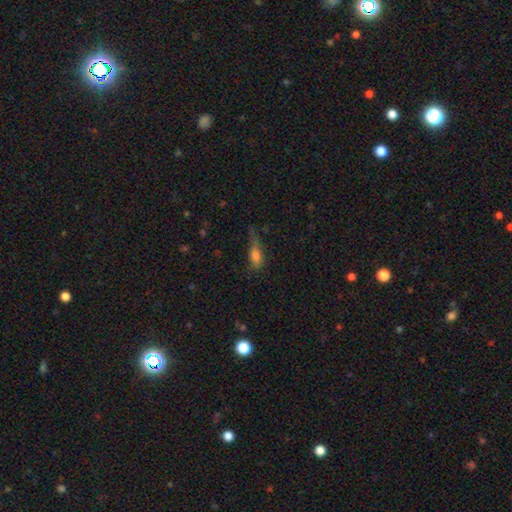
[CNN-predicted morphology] This appears to be a smooth galaxy with no disk features (71%) that is in between round and cigar-shaped (68%). Merging: major disturbance (33%).